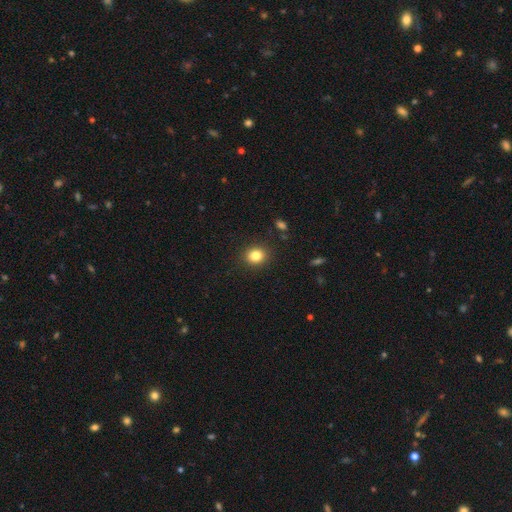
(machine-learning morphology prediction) A smooth galaxy with no disk features (83%) that is round (72%). Merging: none (90%).